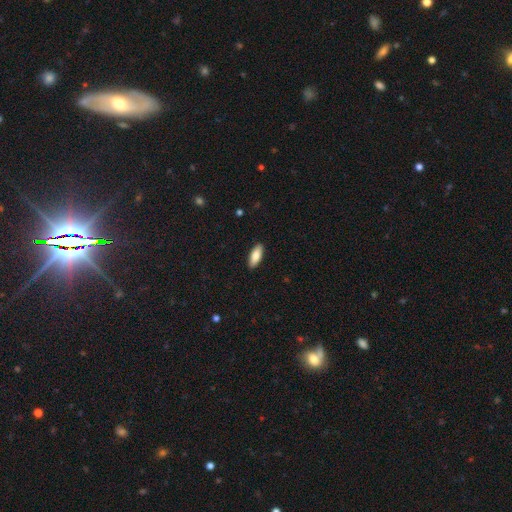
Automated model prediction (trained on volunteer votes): The model was most divided on "how rounded": in between: 76%, cigar-shaped: 22%, round: 2%. More confident: merging — none (90%); smooth or featured — smooth (84%).